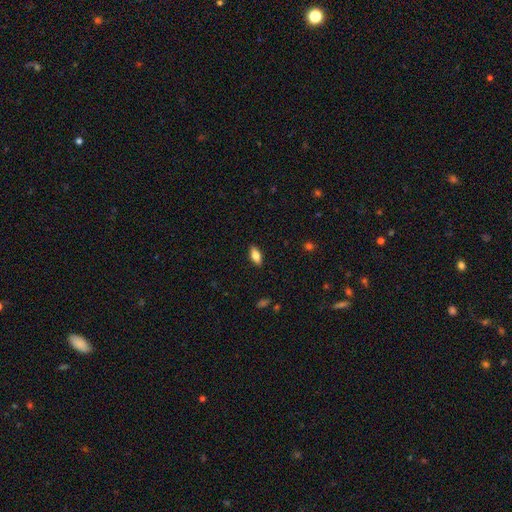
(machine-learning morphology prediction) This is likely a smooth galaxy (76%). How rounded: clearly in between (84%). Merging: clearly none (89%).